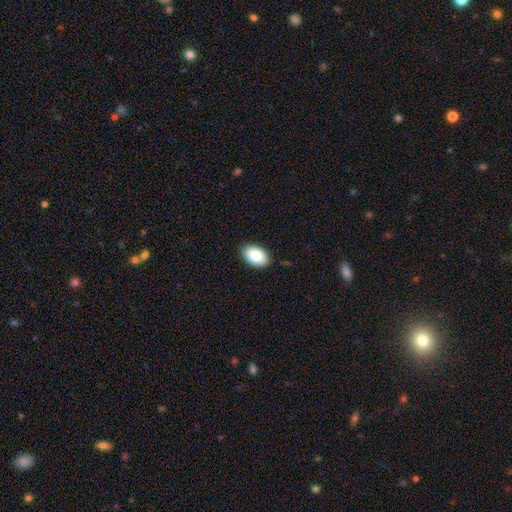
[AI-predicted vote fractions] Overall: smooth (87%). How rounded: in between (91%). Merging: none (89%).